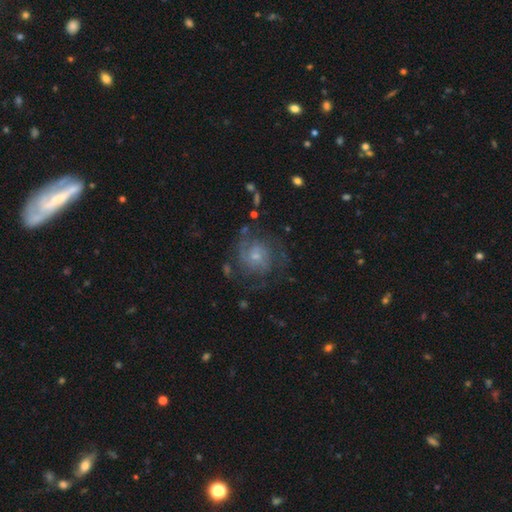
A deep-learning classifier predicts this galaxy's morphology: Smooth or featured? Predicted: featured or disk (p=0.69). Edge-on disk? Predicted: no (p=0.98). Bar? Predicted: no (p=0.63). Spiral arms? Predicted: yes (p=0.85). Spiral winding? Predicted: tight (p=0.44). Spiral arm count? Predicted: can't tell (p=0.39). Bulge size? Predicted: small (p=0.60). Merging? Predicted: none (p=0.62).